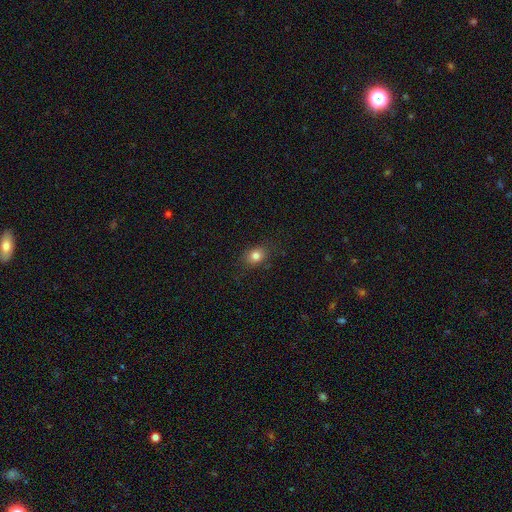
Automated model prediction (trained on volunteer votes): Smooth or featured? Predicted: smooth (p=0.81). How rounded? Predicted: round (p=0.50). Merging? Predicted: none (p=0.84).